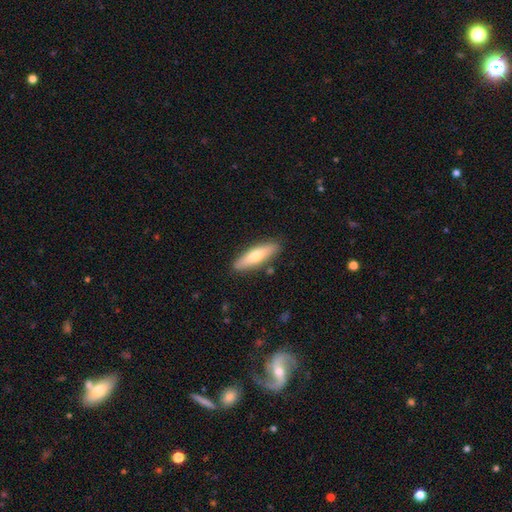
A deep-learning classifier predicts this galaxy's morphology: Smooth or featured? Predicted: smooth (p=0.64). How rounded? Predicted: cigar-shaped (p=0.67). Merging? Predicted: none (p=0.86).